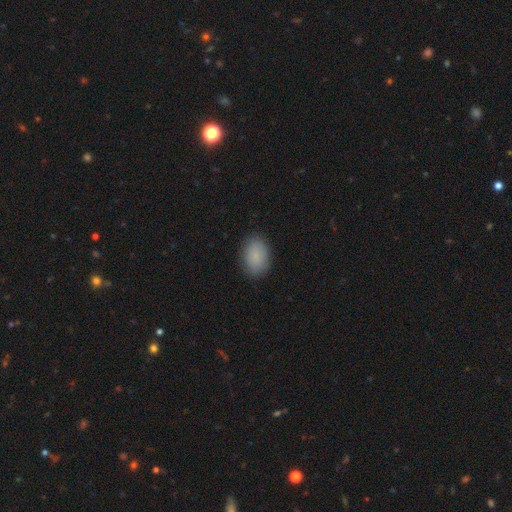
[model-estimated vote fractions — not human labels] Smooth or featured? Predicted: smooth (p=0.87). How rounded? Predicted: in between (p=0.84). Merging? Predicted: none (p=0.86).